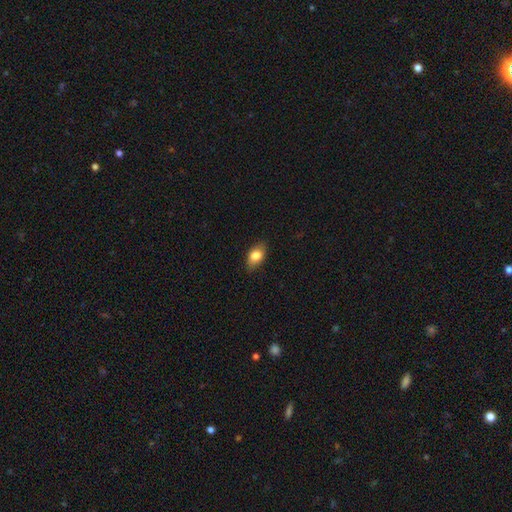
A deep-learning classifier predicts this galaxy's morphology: This appears to be a smooth galaxy with no disk features (80%) that is in between round and cigar-shaped (87%). Merging: none (83%).